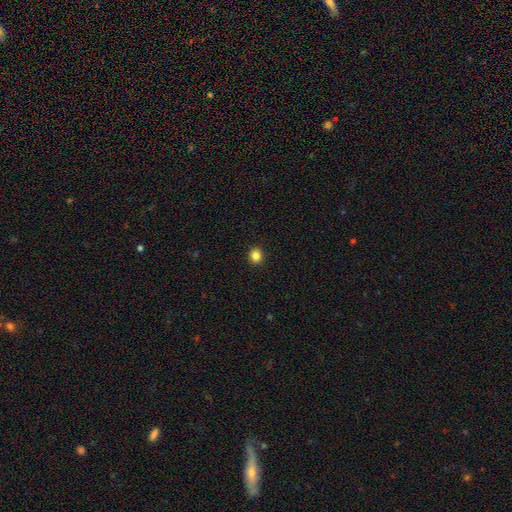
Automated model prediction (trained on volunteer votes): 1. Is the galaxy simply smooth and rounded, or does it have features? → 85% smooth, 11% star or artifact, 4% featured or disk.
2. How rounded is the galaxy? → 79% round, 20% in between, 1% cigar-shaped.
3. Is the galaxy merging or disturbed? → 92% none, 5% minor disturbance, 2% major disturbance, 1% merger.